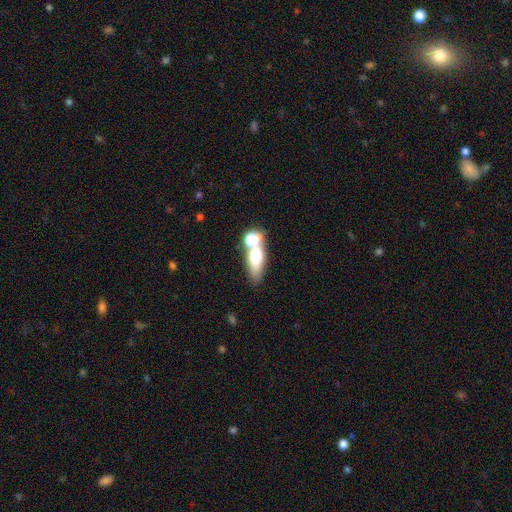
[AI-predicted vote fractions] Overall: smooth (62%; featured or disk 25%). How rounded: in between (59%; cigar-shaped 22%). Merging: none (45%; merger 38%).